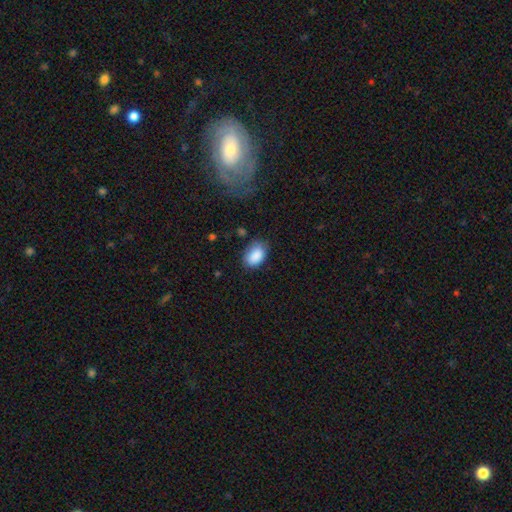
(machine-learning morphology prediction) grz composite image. It shows a smooth galaxy with no disk features (88%) that is in between round and cigar-shaped (88%). Merging: none (71%).